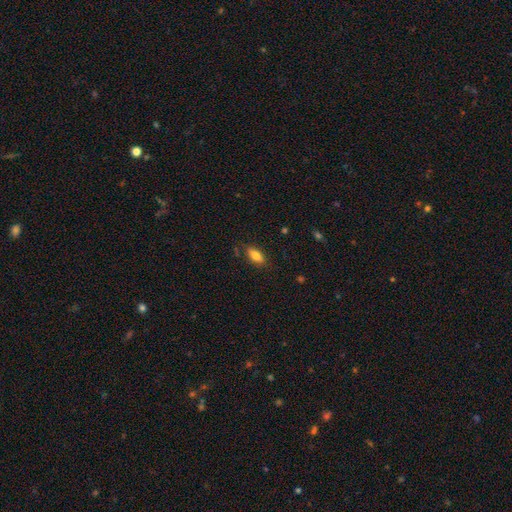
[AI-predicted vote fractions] This appears to be a smooth galaxy with no disk features (80%) that is in between round and cigar-shaped (84%). Merging: none (80%).